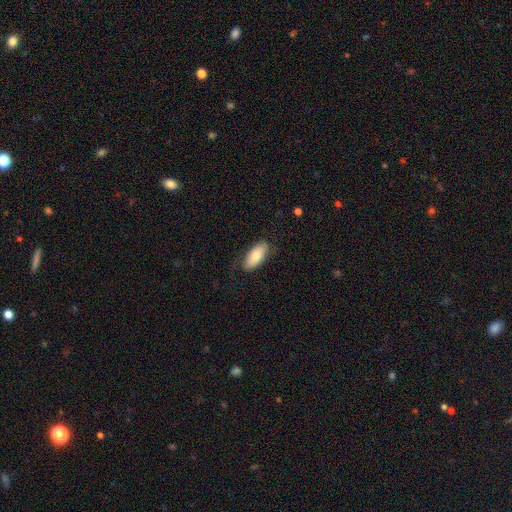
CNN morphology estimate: Overall: smooth (73%). How rounded: in between (89%). Merging: none (73%).